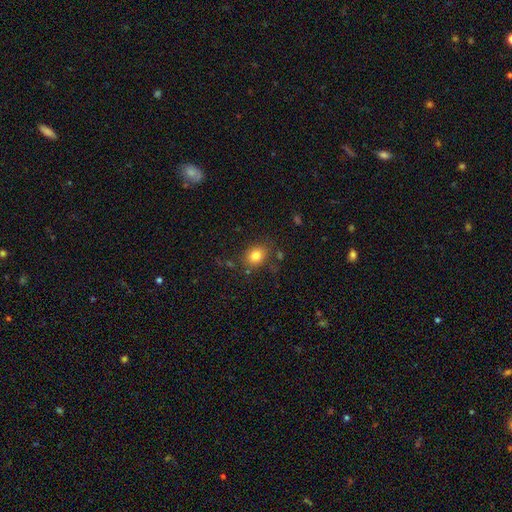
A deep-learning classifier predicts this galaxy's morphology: Q: Smooth or featured?
A: smooth (81%); runner-up: star or artifact (11%)
Q: How rounded?
A: round (55%); runner-up: in between (44%)
Q: Merging?
A: none (78%); runner-up: minor disturbance (13%)